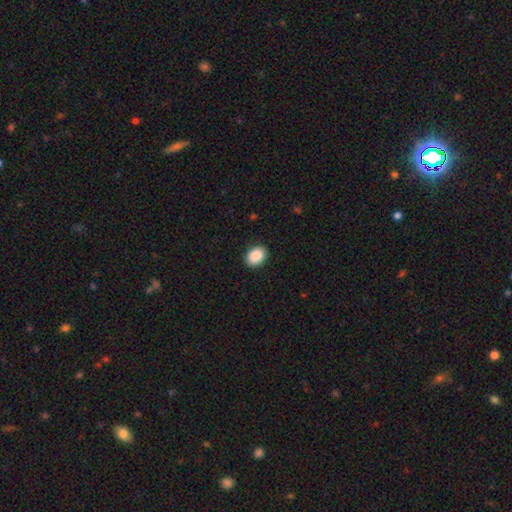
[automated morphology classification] The model was most divided on "how rounded": in between: 73%, round: 26%, cigar-shaped: 1%. More confident: merging — none (90%); smooth or featured — smooth (90%).